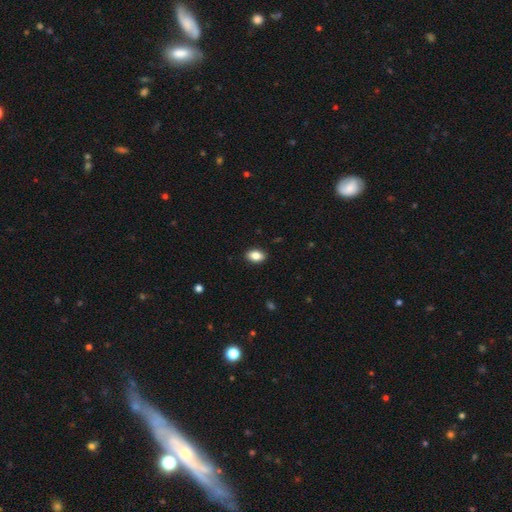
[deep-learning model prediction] Smooth or featured?
  - smooth: 84% *
  - star or artifact: 8%
  - featured or disk: 8%
How rounded?
  - in between: 87% *
  - round: 11%
  - cigar-shaped: 2%
Merging?
  - none: 89% *
  - minor disturbance: 8%
  - major disturbance: 2%
  - merger: 1%